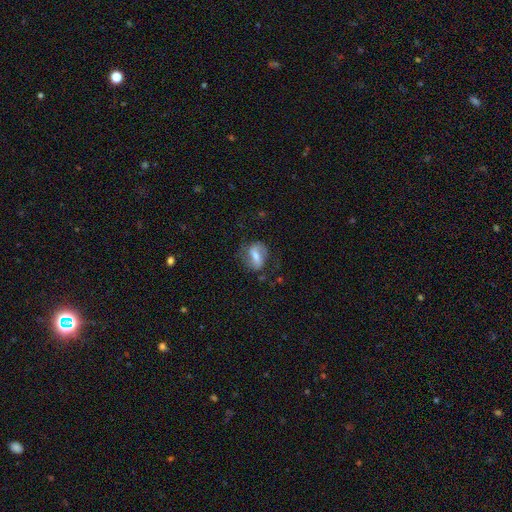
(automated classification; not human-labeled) The model was most divided on "smooth or featured": featured or disk: 47%, smooth: 45%, star or artifact: 8%. More confident: merging — none (63%).